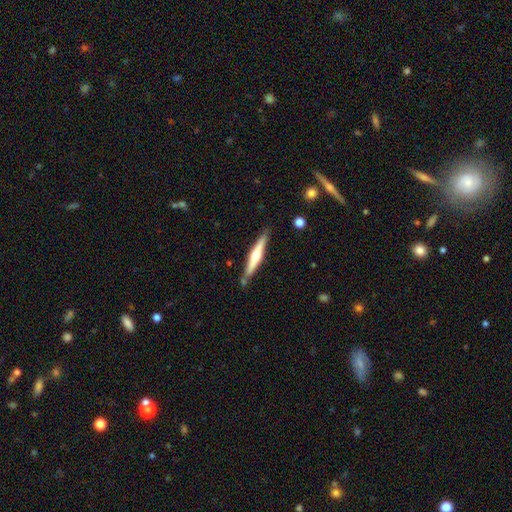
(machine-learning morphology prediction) smooth_or_featured: featured or disk (p=0.60) [alt: smooth p=0.35]
disk_edge_on: yes (p=0.97) [alt: no p=0.03]
edge_on_bulge: rounded (p=0.86) [alt: none p=0.08]
merging: none (p=0.82) [alt: minor disturbance p=0.12]